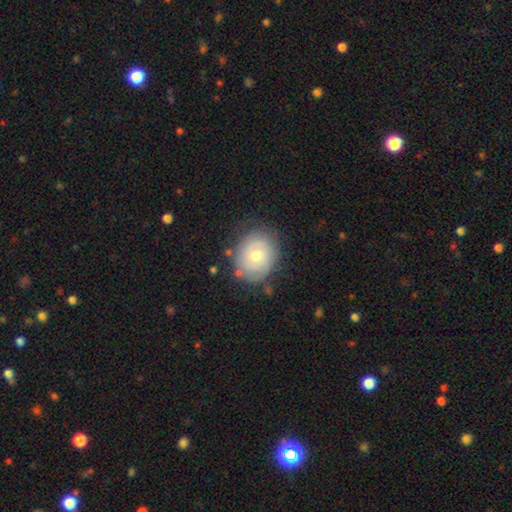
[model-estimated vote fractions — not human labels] Smooth or featured? featured or disk (47%)
Merging? none (77%)